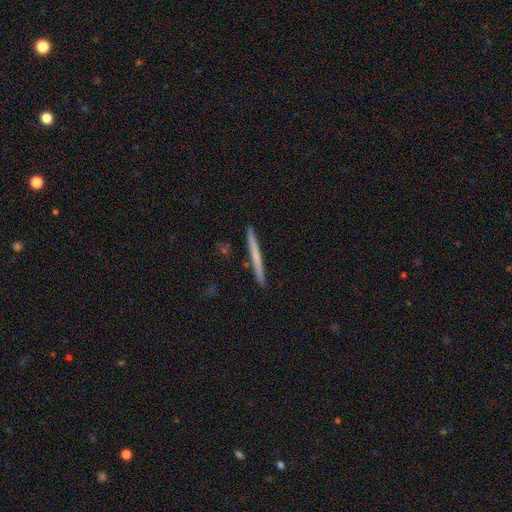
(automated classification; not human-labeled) Smooth or featured?
  - smooth: 57% *
  - featured or disk: 37%
  - star or artifact: 5%
How rounded?
  - cigar-shaped: 97% *
  - in between: 2%
  - round: 1%
Merging?
  - none: 91% *
  - minor disturbance: 6%
  - merger: 2%
  - major disturbance: 1%